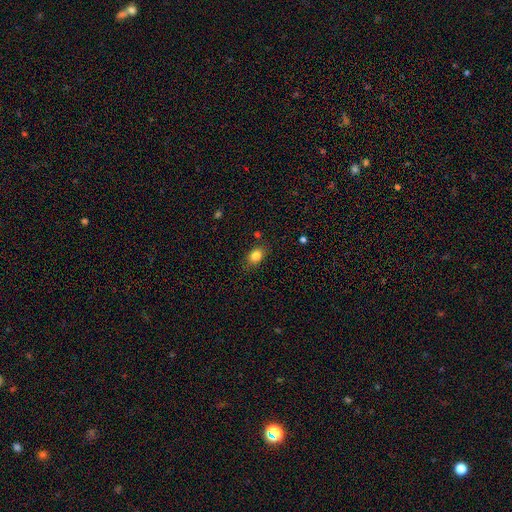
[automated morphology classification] Smooth or featured? smooth (83%)
How rounded? in between (76%)
Merging? none (80%)